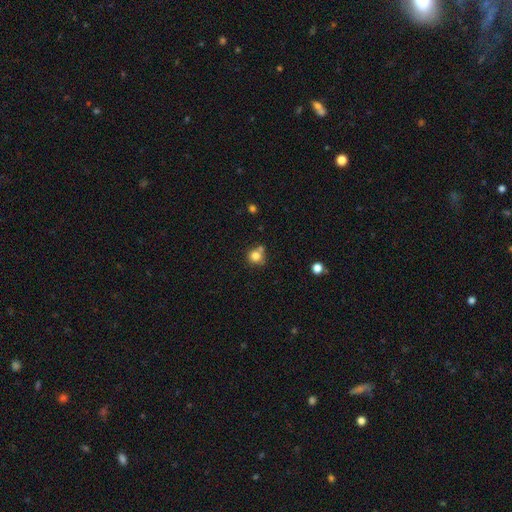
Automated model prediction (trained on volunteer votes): Smooth or featured: smooth — 81% (star or artifact — 12%)
How rounded: round — 88% (in between — 11%)
Merging: none — 59% (merger — 23%)